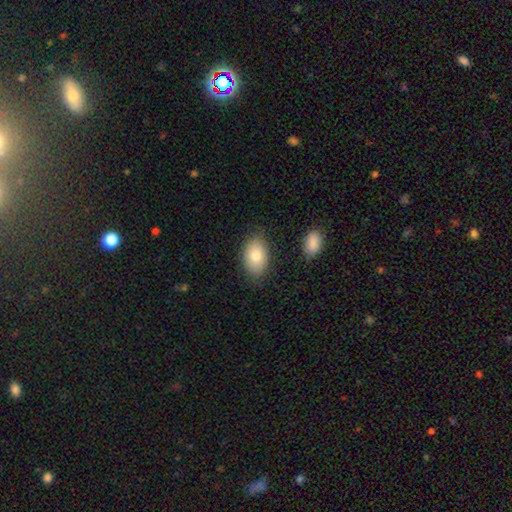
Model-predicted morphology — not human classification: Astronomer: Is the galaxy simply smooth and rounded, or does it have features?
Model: smooth — 80%.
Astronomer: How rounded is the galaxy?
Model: in between — 89%.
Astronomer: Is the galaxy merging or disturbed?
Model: none — 82%.